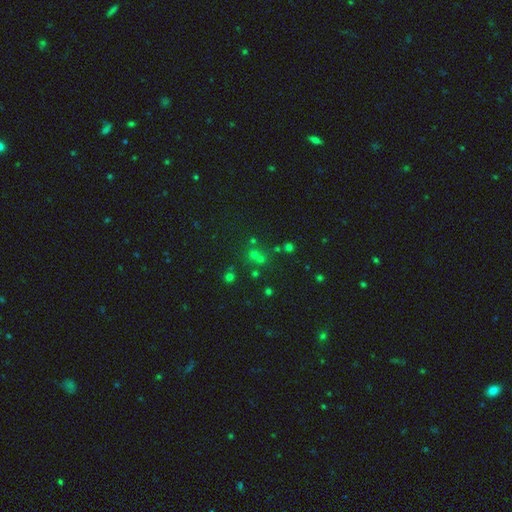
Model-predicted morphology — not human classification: The model was most divided on "smooth or featured": star or artifact: 52%, smooth: 35%, featured or disk: 13%.